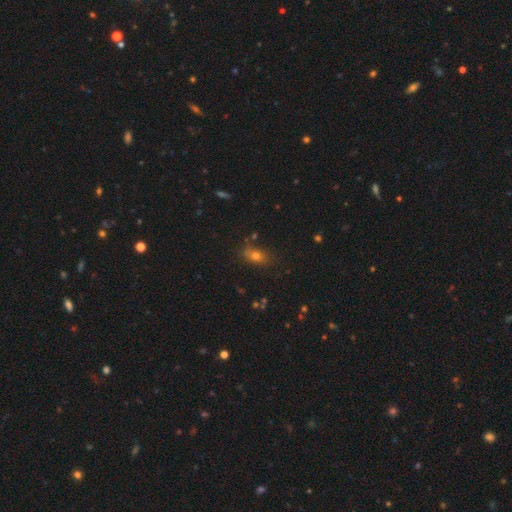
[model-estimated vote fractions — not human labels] smooth 69%, star or artifact 19%, featured or disk 12%. Down the decision tree: how rounded — in between (67%); merging — none (74%).